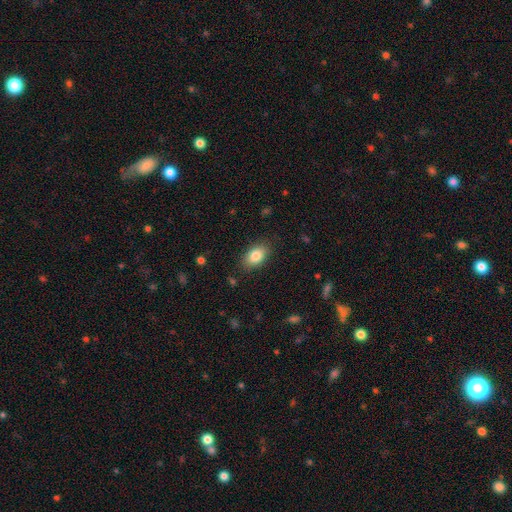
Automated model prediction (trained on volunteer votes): Overall: smooth (84%). How rounded: in between (90%). Merging: none (85%).